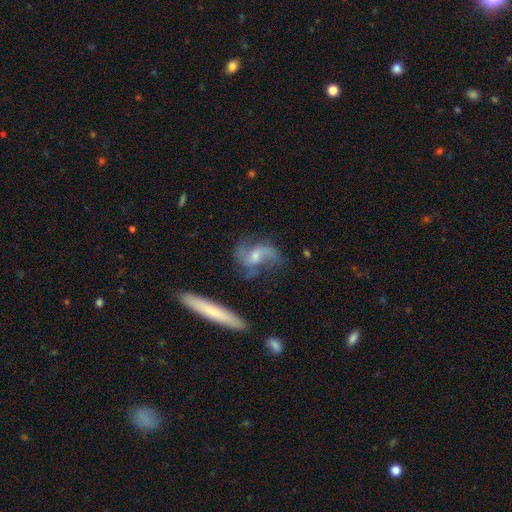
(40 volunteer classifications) featured or disk 85%, smooth 10%, star or artifact 5%. Down the decision tree: edge-on disk — no (94%); bar — weak (47%, tied with no); spiral arms — yes (97%); spiral arm count — 2 (45%); spiral winding — medium (45%); bulge size — moderate (50%); merging — none (61%).